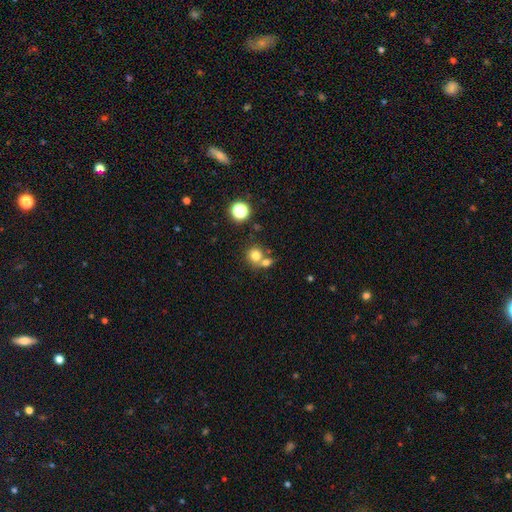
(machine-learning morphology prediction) Smooth or featured? smooth (77%)
How rounded? round (85%)
Merging? none (50%)